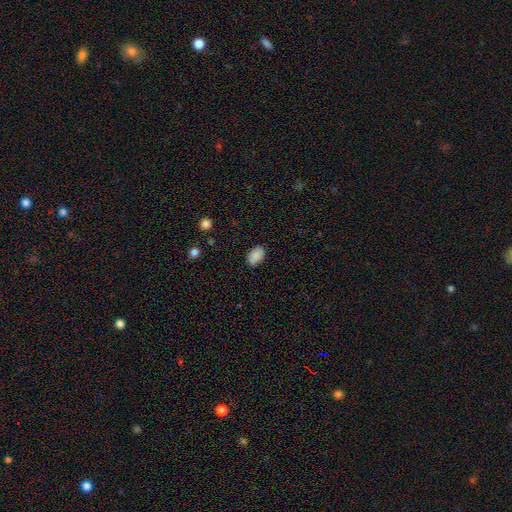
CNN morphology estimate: Smooth or featured?
  - smooth: 88% *
  - star or artifact: 7%
  - featured or disk: 5%
How rounded?
  - in between: 90% *
  - round: 9%
  - cigar-shaped: 1%
Merging?
  - none: 85% *
  - minor disturbance: 11%
  - major disturbance: 2%
  - merger: 1%